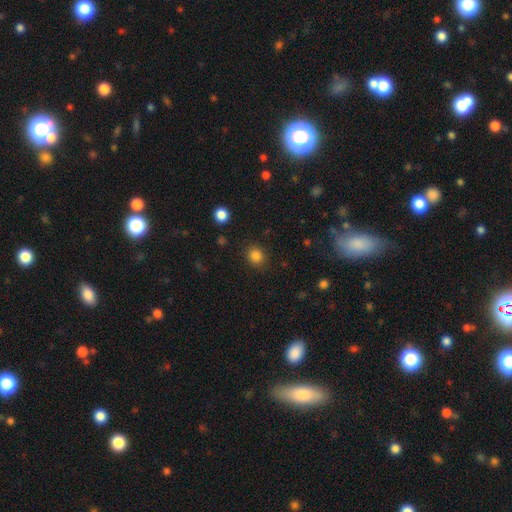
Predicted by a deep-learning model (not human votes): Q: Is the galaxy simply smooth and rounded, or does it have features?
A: smooth — 84%.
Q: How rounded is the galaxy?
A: round — 77%.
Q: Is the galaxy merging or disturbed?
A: none — 87%.